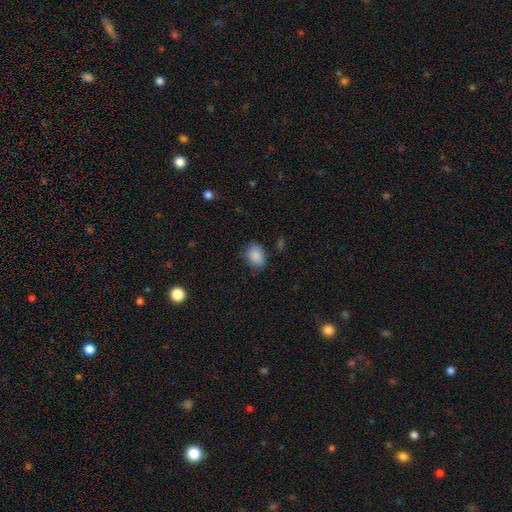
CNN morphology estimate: smooth 87%, star or artifact 8%, featured or disk 5%. Down the decision tree: how rounded — in between (65%); merging — none (77%).